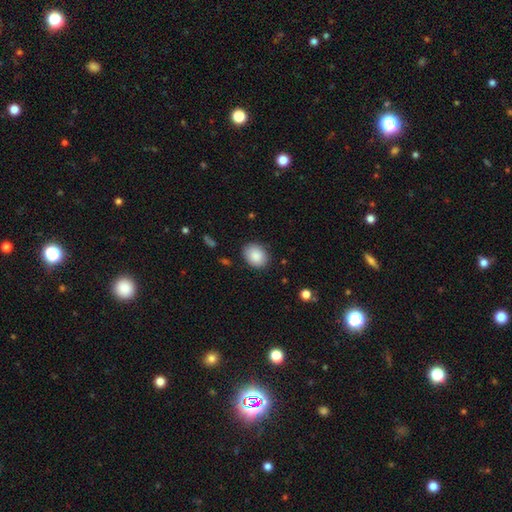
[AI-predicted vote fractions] Overall: smooth (88%). How rounded: in between (56%; round 43%). Merging: none (86%).